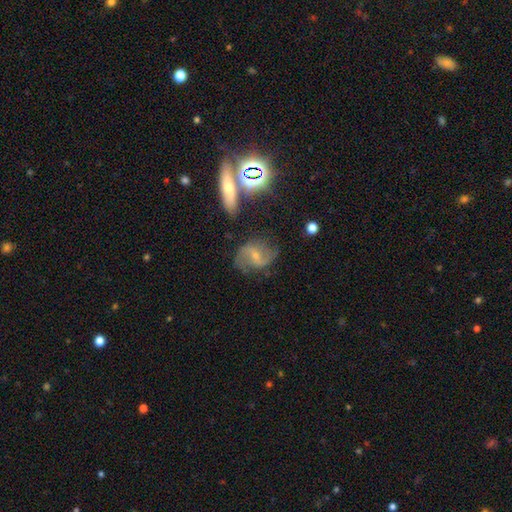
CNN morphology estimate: featured or disk 72%, smooth 18%, star or artifact 10%. Down the decision tree: edge-on disk — no (96%); bar — weak (47%); spiral arms — yes (90%); spiral arm count — 2 (88%); spiral winding — loose (49%); bulge size — small (61%); merging — none (69%).